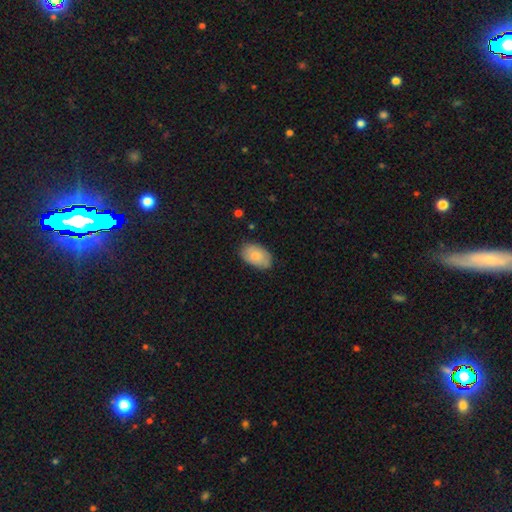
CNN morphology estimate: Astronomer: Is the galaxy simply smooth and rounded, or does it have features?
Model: smooth — 76%.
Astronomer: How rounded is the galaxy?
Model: in between — 91%.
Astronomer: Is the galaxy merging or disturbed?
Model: none — 79%.